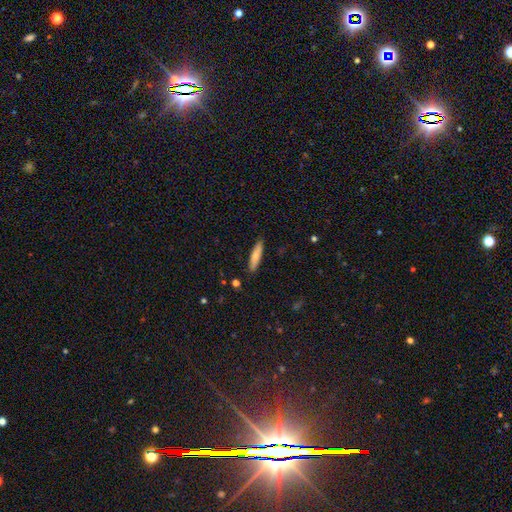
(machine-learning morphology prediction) type=smooth (75%); roundness=cigar-shaped (82%); merging=none (89%).